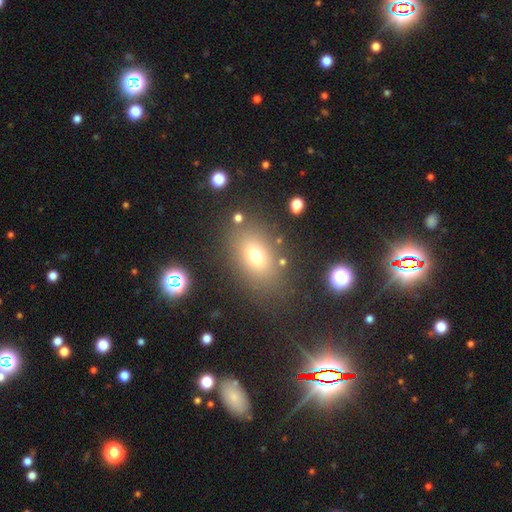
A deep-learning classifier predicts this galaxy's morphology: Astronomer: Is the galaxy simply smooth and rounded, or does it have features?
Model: smooth — 69%.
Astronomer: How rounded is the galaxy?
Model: in between — 74%.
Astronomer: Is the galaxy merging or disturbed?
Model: none — 79%.